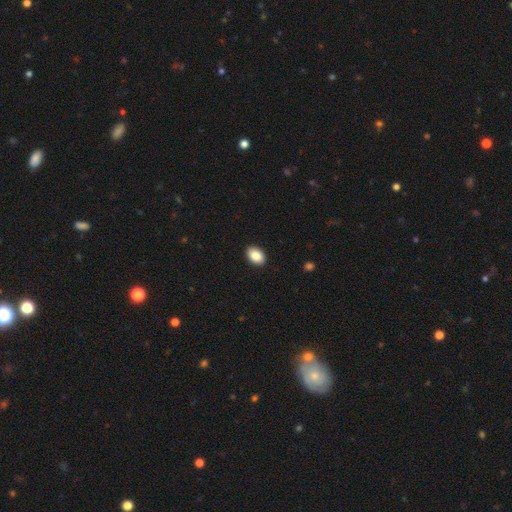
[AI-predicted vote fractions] Smooth or featured?
  - smooth: 87% *
  - star or artifact: 7%
  - featured or disk: 5%
How rounded?
  - in between: 86% *
  - round: 12%
  - cigar-shaped: 1%
Merging?
  - none: 91% *
  - minor disturbance: 6%
  - major disturbance: 2%
  - merger: 1%